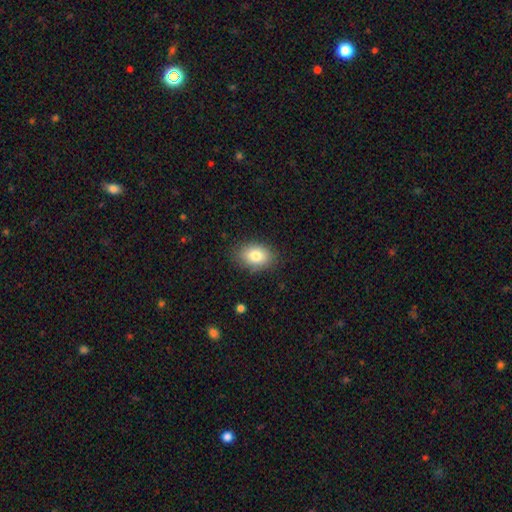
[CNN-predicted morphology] Smooth or featured: smooth — 82% (featured or disk — 10%)
How rounded: in between — 77% (round — 22%)
Merging: none — 84% (minor disturbance — 12%)